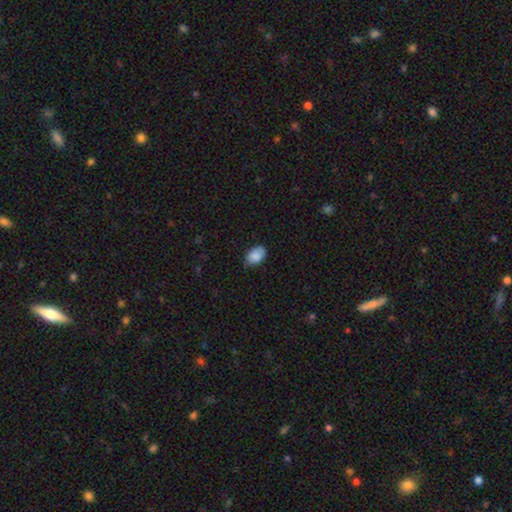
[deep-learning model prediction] A smooth galaxy with no disk features (88%) that is in between round and cigar-shaped (87%). Merging: none (73%).